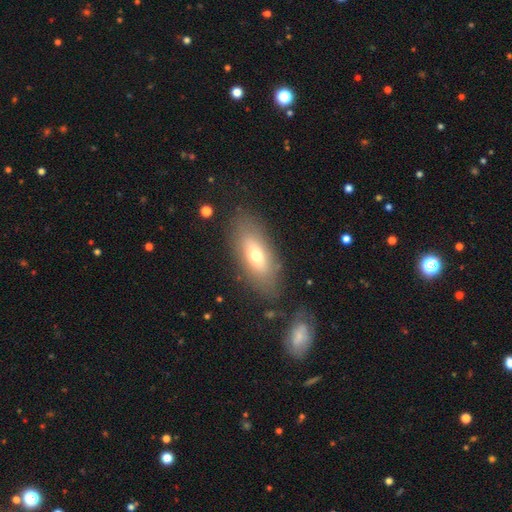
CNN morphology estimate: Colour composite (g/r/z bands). It shows a smooth galaxy with no disk features (60%) that is in between round and cigar-shaped (79%). Merging: none (78%).